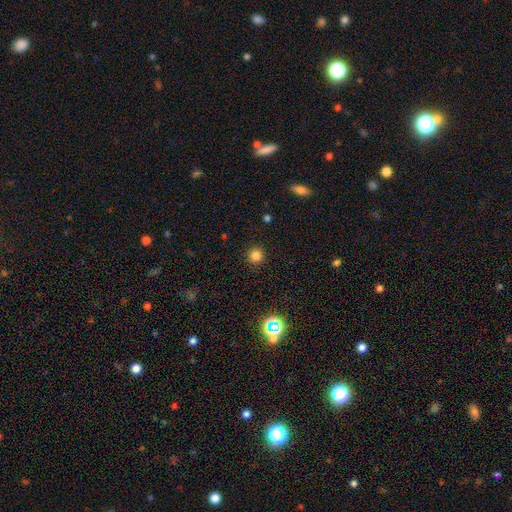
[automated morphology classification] Q: Smooth or featured?
A: smooth (81%); runner-up: star or artifact (15%)
Q: How rounded?
A: round (94%); runner-up: in between (5%)
Q: Merging?
A: none (91%); runner-up: minor disturbance (6%)